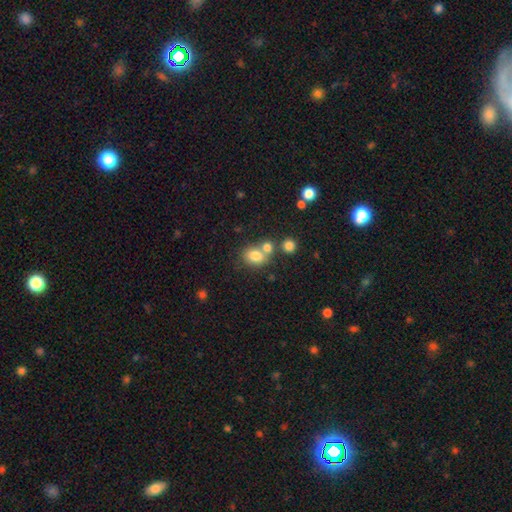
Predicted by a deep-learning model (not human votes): Smooth or featured? Predicted: smooth (p=0.78). How rounded? Predicted: round (p=0.54). Merging? Predicted: none (p=0.45).